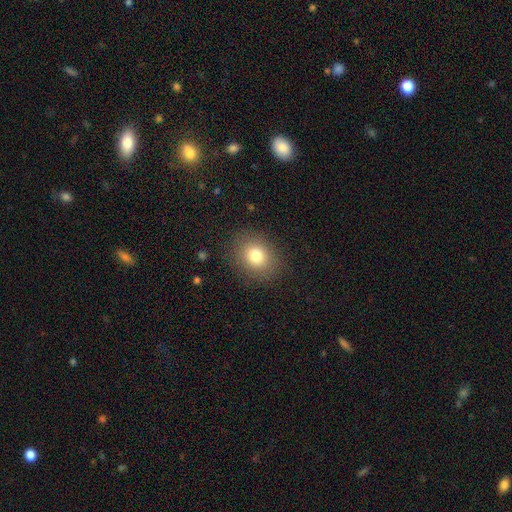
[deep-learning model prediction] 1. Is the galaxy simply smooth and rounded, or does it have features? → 79% smooth, 12% star or artifact, 9% featured or disk.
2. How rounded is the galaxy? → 59% round, 40% in between, 1% cigar-shaped.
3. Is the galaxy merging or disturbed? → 86% none, 9% minor disturbance, 4% major disturbance, 1% merger.